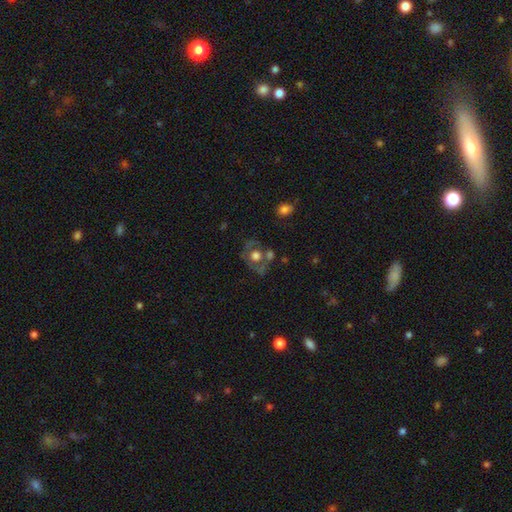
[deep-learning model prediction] smooth_or_featured: smooth (p=0.46) [alt: featured or disk p=0.45]
merging: none (p=0.55) [alt: merger p=0.18]